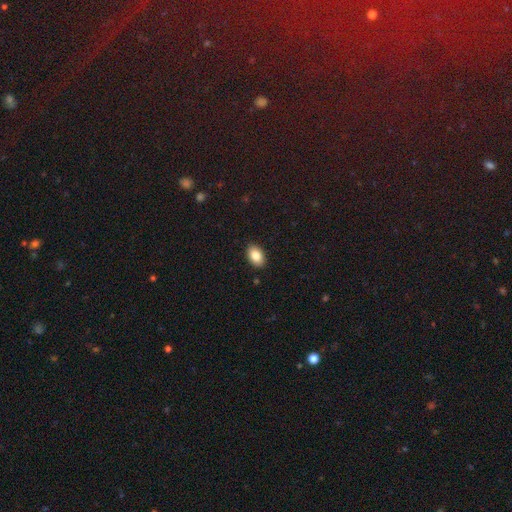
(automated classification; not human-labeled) A smooth galaxy with no disk features (86%) that is in between round and cigar-shaped (91%).

Vote fractions:
- Smooth or featured? smooth: 86% / star or artifact: 7% / featured or disk: 6%
- How rounded? in between: 91% / round: 8% / cigar-shaped: 1%
- Merging? none: 90% / minor disturbance: 7% / major disturbance: 2% / merger: 1%